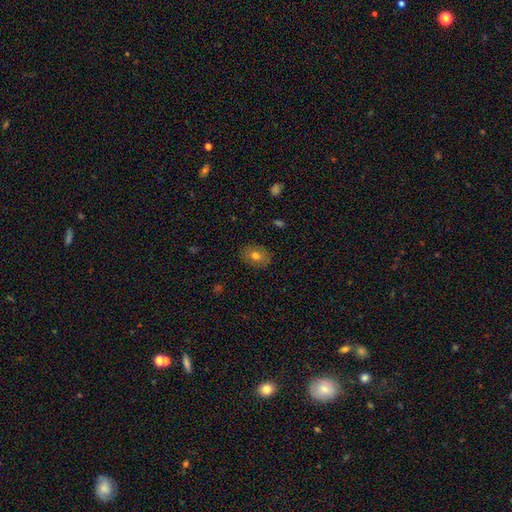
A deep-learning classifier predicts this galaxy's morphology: Smooth or featured?
  - smooth: 72% *
  - featured or disk: 18%
  - star or artifact: 9%
How rounded?
  - in between: 65% *
  - round: 34%
  - cigar-shaped: 1%
Merging?
  - none: 85% *
  - minor disturbance: 11%
  - major disturbance: 3%
  - merger: 1%